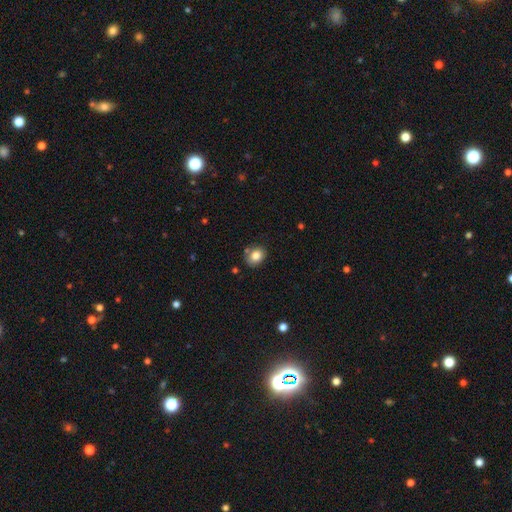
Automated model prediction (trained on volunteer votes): Morphology: type=smooth (83%); roundness=round (50%); merging=none (75%).